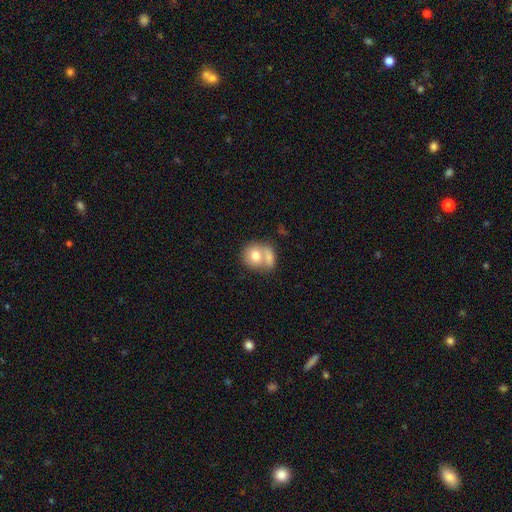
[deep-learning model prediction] Morphology: type=smooth (73%); roundness=round (71%); merging=merger (56%).